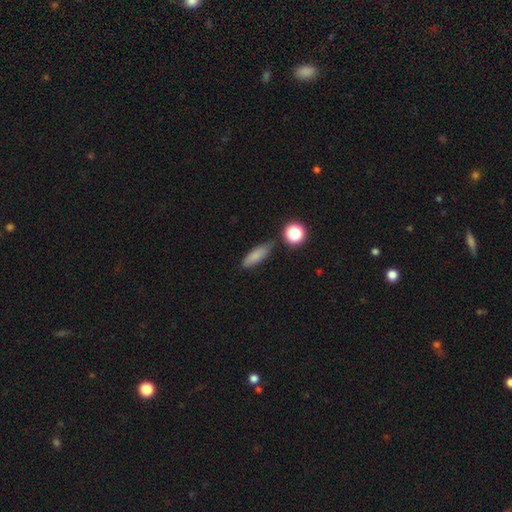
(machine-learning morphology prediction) Smooth or featured? smooth (79%)
How rounded? in between (50%)
Merging? none (75%)